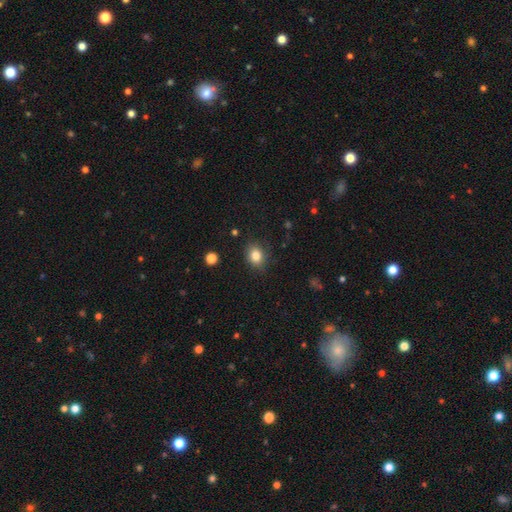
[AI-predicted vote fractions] smooth_or_featured: smooth (p=0.83) [alt: star or artifact p=0.10]
how_rounded: round (p=0.54) [alt: in between p=0.45]
merging: none (p=0.83) [alt: minor disturbance p=0.13]